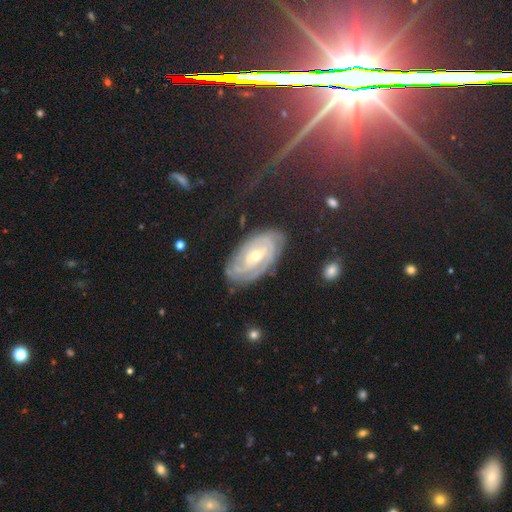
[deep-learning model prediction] featured or disk 83%, smooth 10%, star or artifact 7%. Down the decision tree: edge-on disk — no (94%); bar — no (44%); spiral arms — yes (94%); spiral arm count — can't tell (41%); spiral winding — tight (80%); bulge size — small (53%); merging — none (80%).